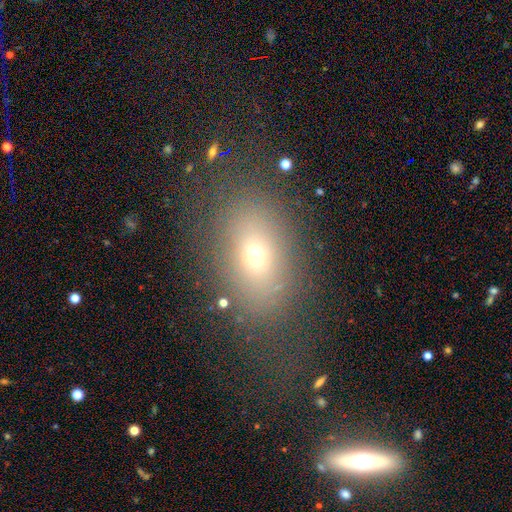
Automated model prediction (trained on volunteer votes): A smooth galaxy with no disk features (64%) that is in between round and cigar-shaped (72%). Merging: none (68%).